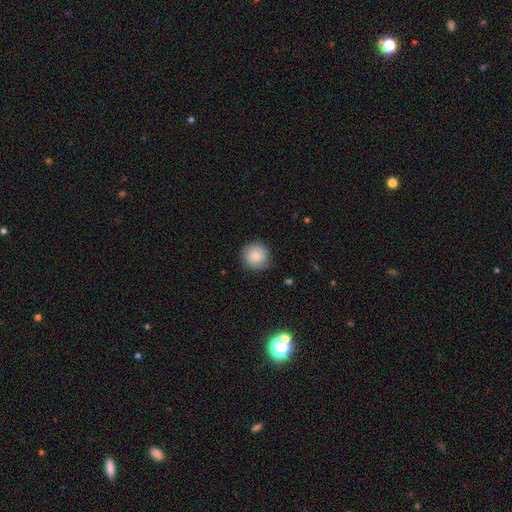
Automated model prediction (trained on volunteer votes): This appears to be a smooth galaxy with no disk features (81%) that is round (93%). Merging: none (83%).